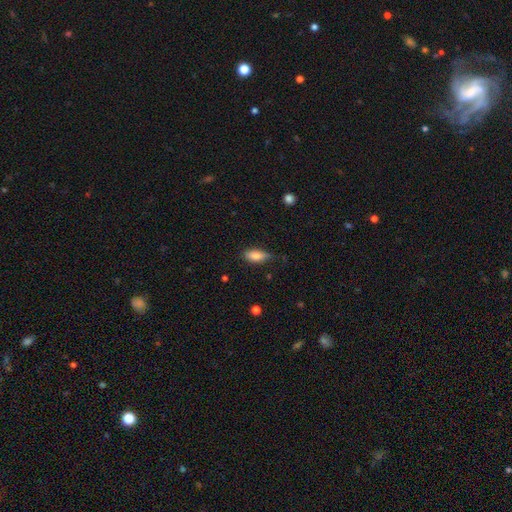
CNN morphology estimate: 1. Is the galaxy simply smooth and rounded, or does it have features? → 79% smooth, 13% featured or disk, 7% star or artifact.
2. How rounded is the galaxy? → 79% in between, 18% cigar-shaped, 3% round.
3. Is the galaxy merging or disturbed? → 68% none, 26% minor disturbance, 5% major disturbance, 2% merger.